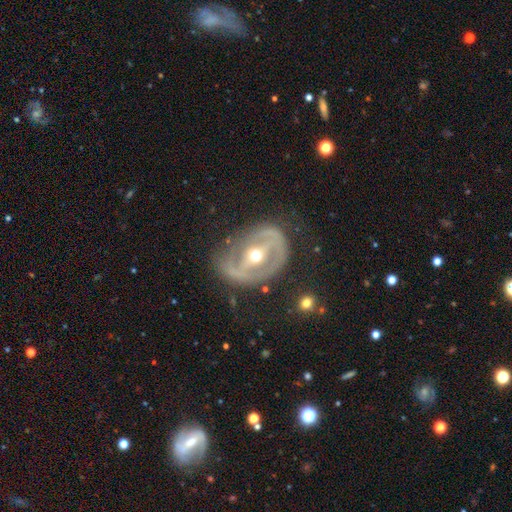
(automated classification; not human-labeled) Smooth or featured?
  - featured or disk: 83% *
  - smooth: 11%
  - star or artifact: 6%
Edge-on disk?
  - no: 94% *
  - yes: 6%
Bar?
  - strong: 50% *
  - weak: 31%
  - no: 19%
Spiral arms?
  - yes: 68% *
  - no: 32%
Spiral winding?
  - medium: 41% *
  - tight: 36%
  - loose: 23%
Spiral arm count?
  - 2: 80% *
  - can't tell: 10%
  - 1: 5%
  - 3: 2%
  - 4: 1%
  - more than 4: 1%
Bulge size?
  - moderate: 70% *
  - small: 25%
  - large: 3%
  - dominant: 1%
  - none: 1%
Merging?
  - none: 73% *
  - minor disturbance: 16%
  - major disturbance: 9%
  - merger: 2%